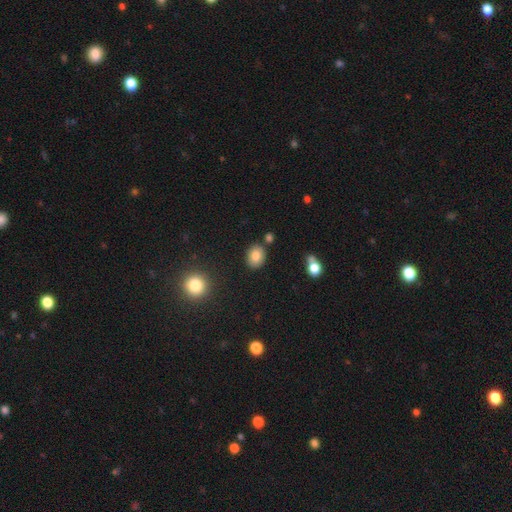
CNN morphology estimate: A smooth galaxy with no disk features (82%) that is in between round and cigar-shaped (53%). Merging: none (84%).